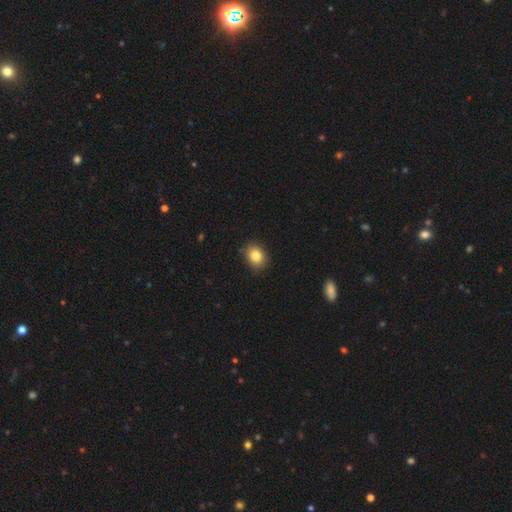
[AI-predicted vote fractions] A smooth galaxy with no disk features (83%) that is round (53%). Merging: none (85%).